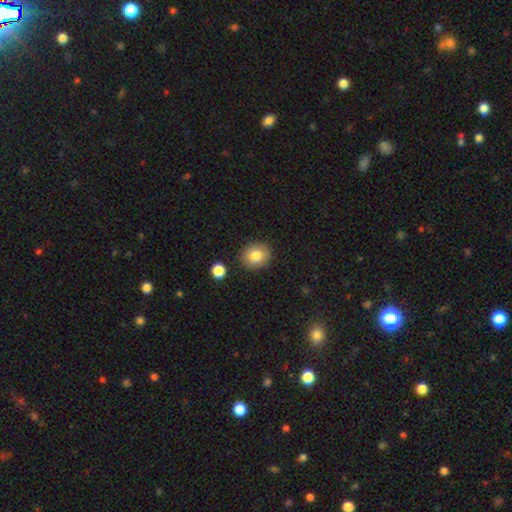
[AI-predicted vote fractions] This is clearly a smooth galaxy (84%). How rounded: likely round (72%). Merging: clearly none (87%).